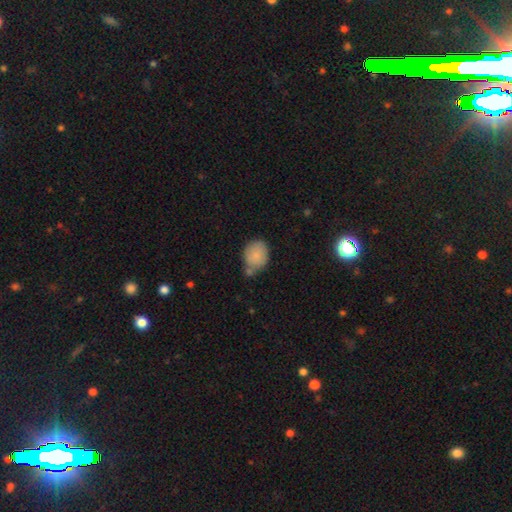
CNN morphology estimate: Smooth or featured: smooth — 84% (featured or disk — 8%)
How rounded: round — 54% (in between — 45%)
Merging: none — 58% (minor disturbance — 21%)